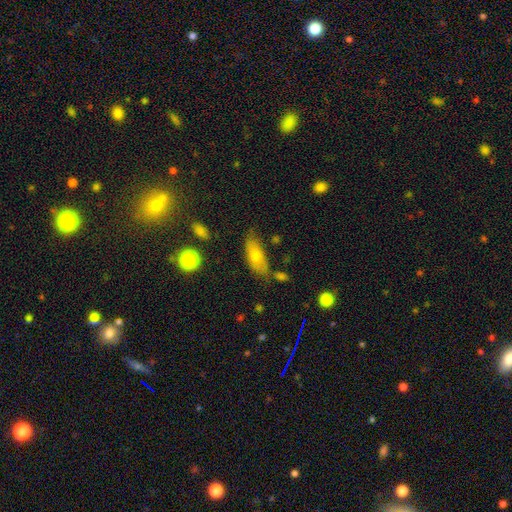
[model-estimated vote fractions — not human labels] The model was most divided on "merging": none: 65%, minor disturbance: 23%, merger: 7%, major disturbance: 6%. More confident: how rounded — in between (81%); smooth or featured — smooth (70%).